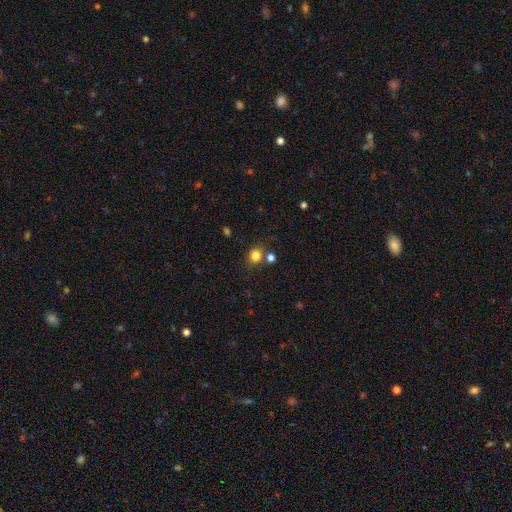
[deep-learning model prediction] Smooth or featured? Predicted: smooth (p=0.82). How rounded? Predicted: round (p=0.75). Merging? Predicted: none (p=0.73).